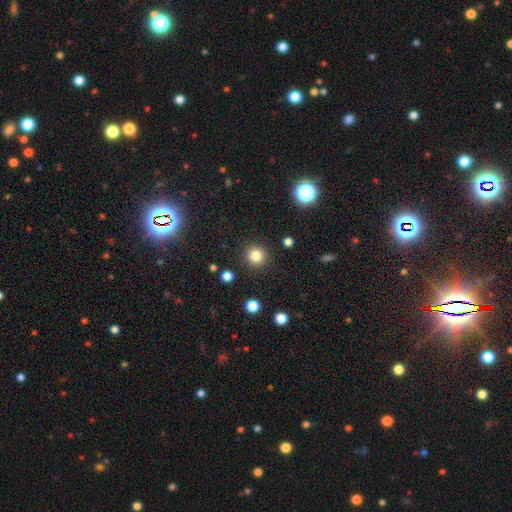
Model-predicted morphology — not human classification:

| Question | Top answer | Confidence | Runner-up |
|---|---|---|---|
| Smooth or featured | smooth | 82% | star or artifact (13%) |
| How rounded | round | 93% | in between (6%) |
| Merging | none | 90% | minor disturbance (6%) |